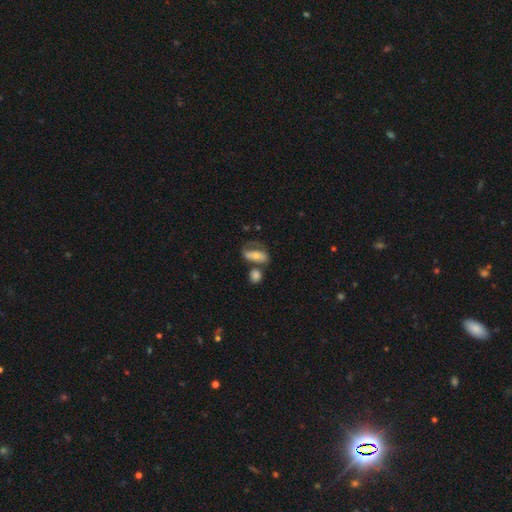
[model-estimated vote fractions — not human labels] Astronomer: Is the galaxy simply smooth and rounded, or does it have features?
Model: smooth — 50% (runner-up: featured or disk, 42%).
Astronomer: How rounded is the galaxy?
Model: in between — 81%.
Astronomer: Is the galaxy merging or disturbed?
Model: none — 36% (runner-up: merger, 24%).